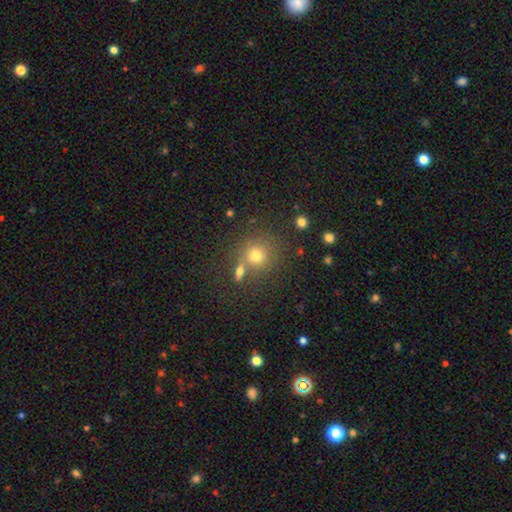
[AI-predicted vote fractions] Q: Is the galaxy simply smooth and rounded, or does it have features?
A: smooth — 73%.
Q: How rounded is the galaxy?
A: round — 89%.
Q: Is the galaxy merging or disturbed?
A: none — 64%.